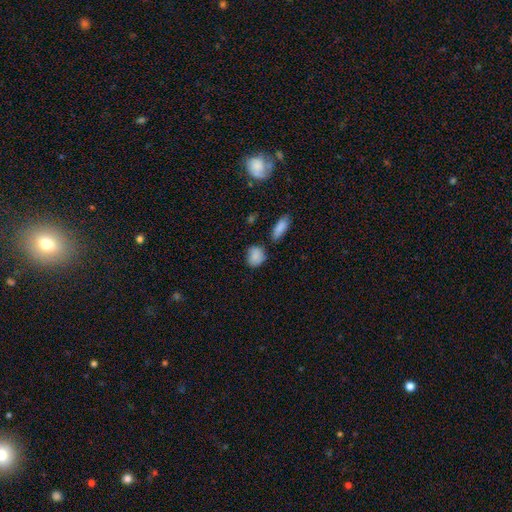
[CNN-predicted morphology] smooth-or-featured: smooth: 85% | star or artifact: 8% | featured or disk: 7%
  how-rounded: round: 57% | in between: 42% | cigar-shaped: 2%
  merging: none: 70% | minor disturbance: 20% | merger: 7% | major disturbance: 4%